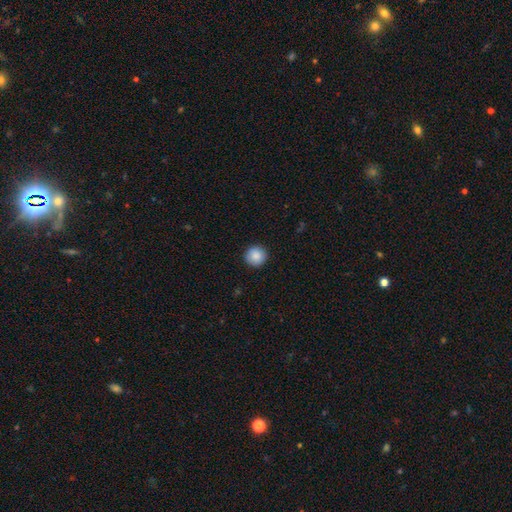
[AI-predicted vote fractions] A smooth galaxy with no disk features (88%) that is round (95%).

Vote fractions:
- Smooth or featured? smooth: 88% / star or artifact: 8% / featured or disk: 4%
- How rounded? round: 95% / in between: 4% / cigar-shaped: 1%
- Merging? none: 92% / minor disturbance: 5% / major disturbance: 2% / merger: 1%